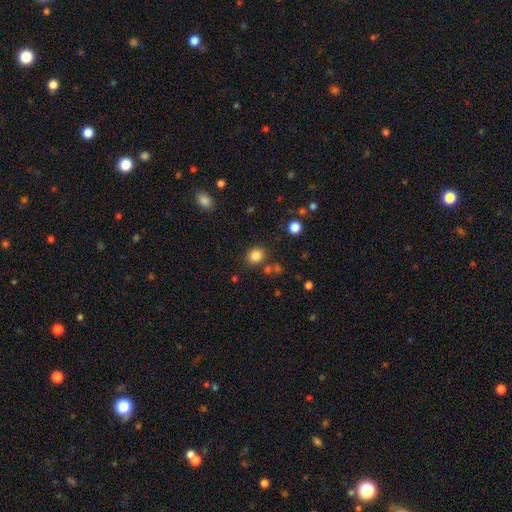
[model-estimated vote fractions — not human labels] This is clearly a smooth galaxy (84%). How rounded: likely round (67%). Merging: clearly none (81%).